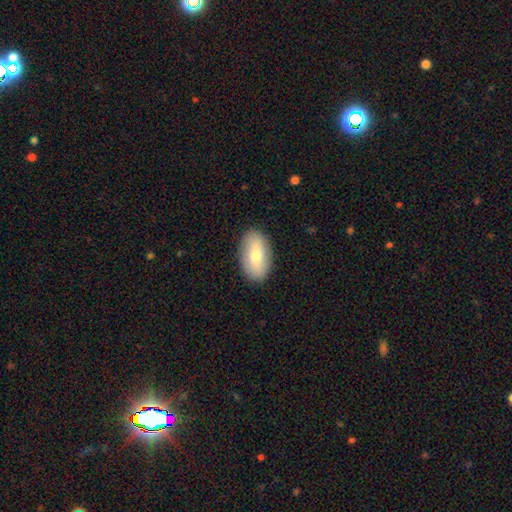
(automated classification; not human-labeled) smooth_or_featured: smooth (p=0.71) [alt: featured or disk p=0.23]
how_rounded: in between (p=0.93) [alt: round p=0.05]
merging: none (p=0.88) [alt: minor disturbance p=0.09]